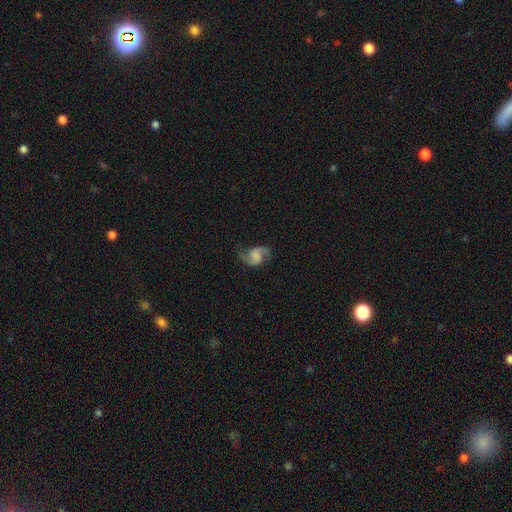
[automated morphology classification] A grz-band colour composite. It shows a featured or disk galaxy (78%) with no bar (52%), 2 (92%) loose (55%) spiral arms (95%) and no central bulge (50%). Merging: none (70%).